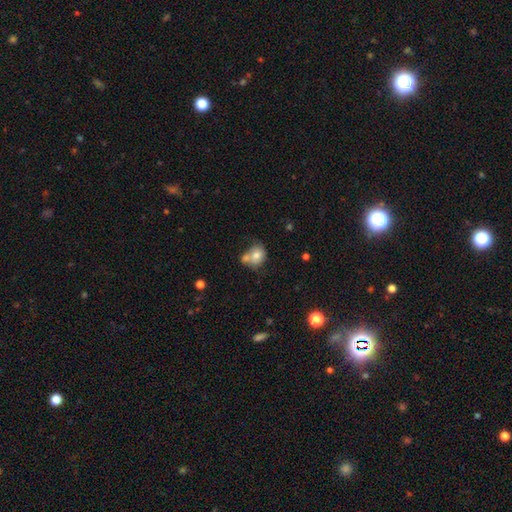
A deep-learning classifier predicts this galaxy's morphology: Smooth or featured?
  - smooth: 73% *
  - featured or disk: 18%
  - star or artifact: 9%
How rounded?
  - round: 61% *
  - in between: 38%
  - cigar-shaped: 1%
Merging?
  - merger: 43% *
  - none: 36%
  - minor disturbance: 15%
  - major disturbance: 6%